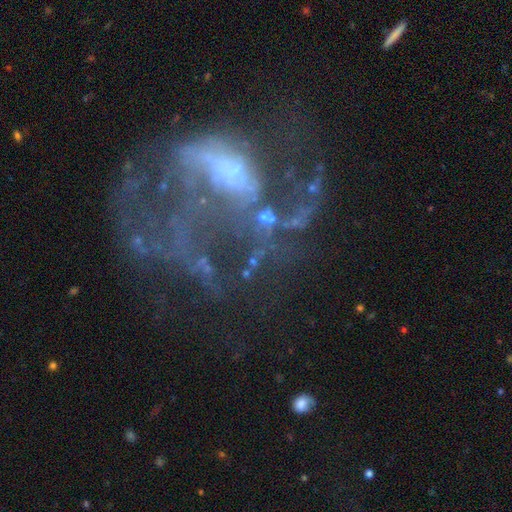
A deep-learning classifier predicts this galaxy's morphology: A featured or disk galaxy (71%) with no bar (67%), no spiral arms (50%, tied with yes) and a small central bulge (40%). Merging: major disturbance (50%).